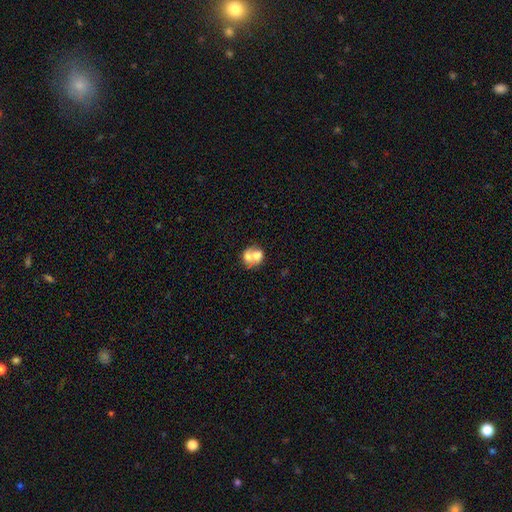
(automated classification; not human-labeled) Smooth or featured: smooth — 57% (featured or disk — 35%)
How rounded: round — 59% (in between — 40%)
Merging: merger — 66% (none — 21%)